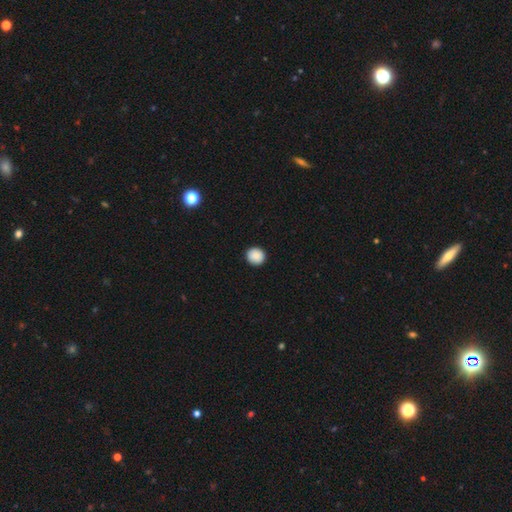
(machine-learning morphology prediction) This is clearly a smooth galaxy (89%). How rounded: clearly round (91%). Merging: clearly none (93%).